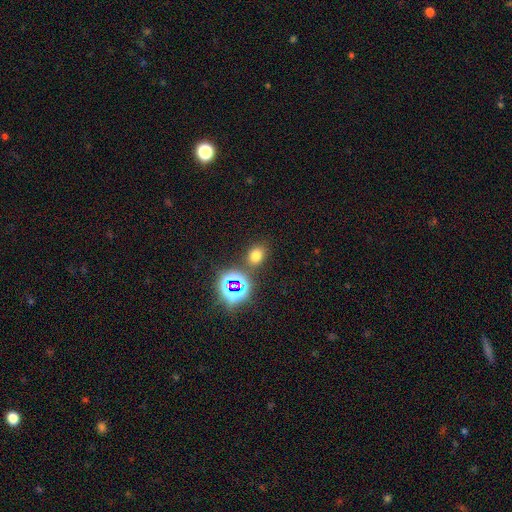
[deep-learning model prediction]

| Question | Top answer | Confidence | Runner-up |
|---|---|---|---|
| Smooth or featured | smooth | 66% | star or artifact (27%) |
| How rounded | round | 51% | in between (48%) |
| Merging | none | 80% | minor disturbance (9%) |